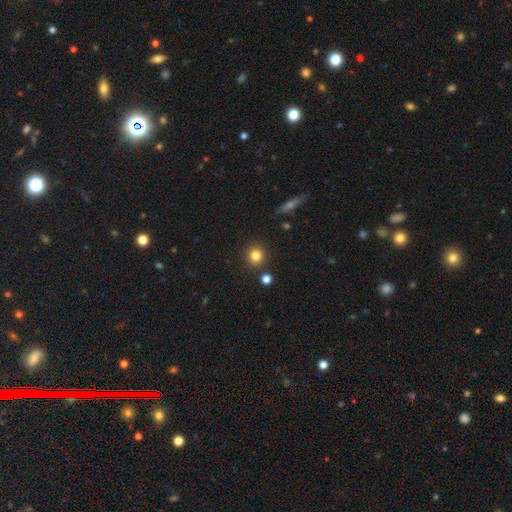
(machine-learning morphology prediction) type=smooth (81%); roundness=round (91%); merging=none (88%).